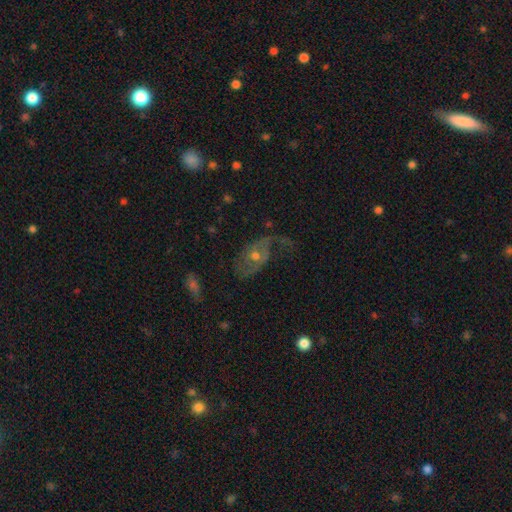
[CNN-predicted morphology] featured or disk 70%, smooth 21%, star or artifact 9%. Down the decision tree: edge-on disk — no (94%); bar — no (72%); spiral arms — yes (76%); bulge size — moderate (58%); merging — none (40%).